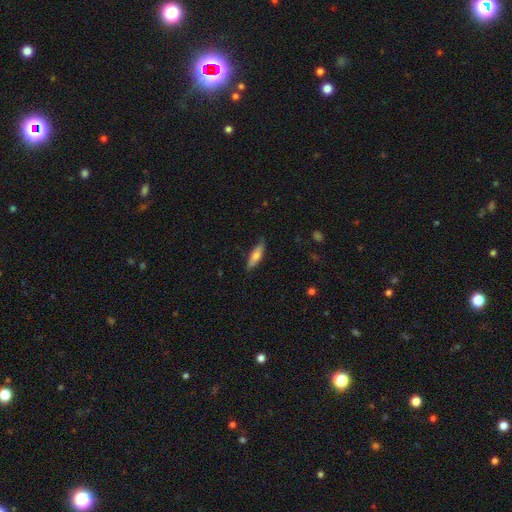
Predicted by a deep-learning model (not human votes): smooth-or-featured: smooth: 66% | featured or disk: 28% | star or artifact: 6%
  how-rounded: cigar-shaped: 54% | in between: 44% | round: 2%
  merging: none: 79% | minor disturbance: 17% | major disturbance: 3% | merger: 1%